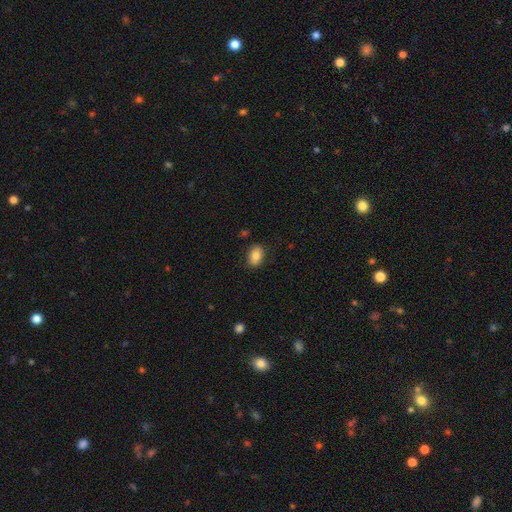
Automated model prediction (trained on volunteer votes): A smooth galaxy with no disk features (82%) that is in between round and cigar-shaped (84%).

Vote fractions:
- Smooth or featured? smooth: 82% / featured or disk: 10% / star or artifact: 8%
- How rounded? in between: 84% / round: 15% / cigar-shaped: 2%
- Merging? none: 84% / minor disturbance: 12% / major disturbance: 3% / merger: 1%